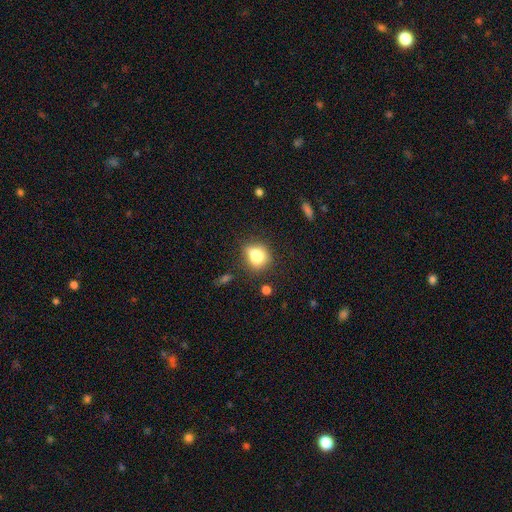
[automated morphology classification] The model was most divided on "how rounded": round: 62%, in between: 37%, cigar-shaped: 1%. More confident: smooth or featured — smooth (80%); merging — none (73%).